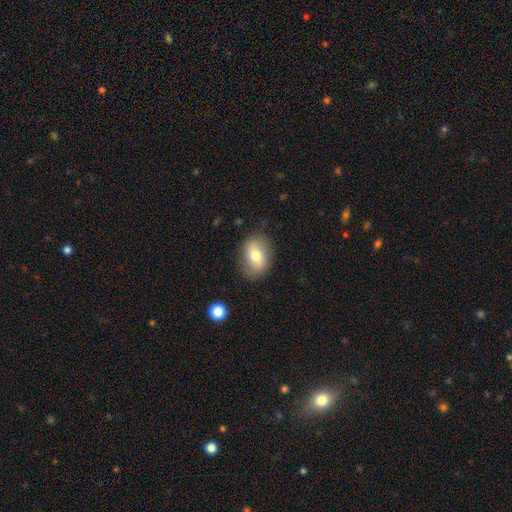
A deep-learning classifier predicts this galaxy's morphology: This is likely a smooth galaxy (70%). How rounded: likely in between (78%). Merging: clearly none (80%).